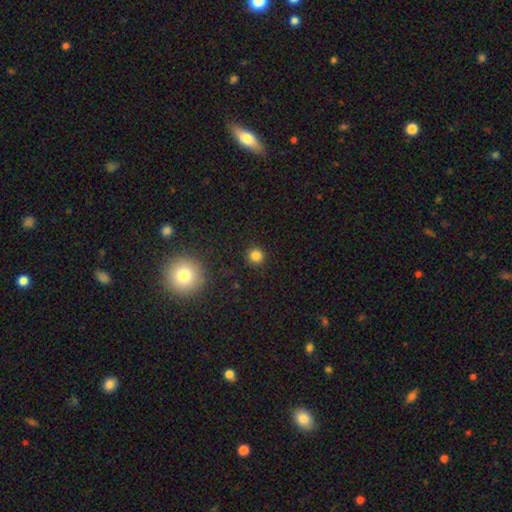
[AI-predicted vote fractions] Overall: smooth (83%). How rounded: round (93%). Merging: none (91%).